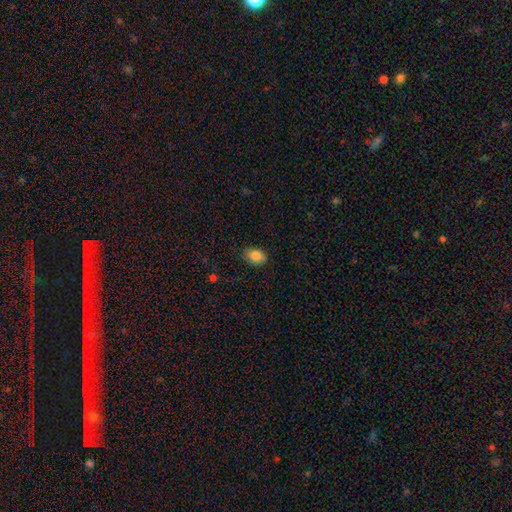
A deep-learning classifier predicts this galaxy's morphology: Smooth or featured: smooth — 86% (star or artifact — 8%)
How rounded: in between — 82% (round — 17%)
Merging: none — 83% (minor disturbance — 13%)